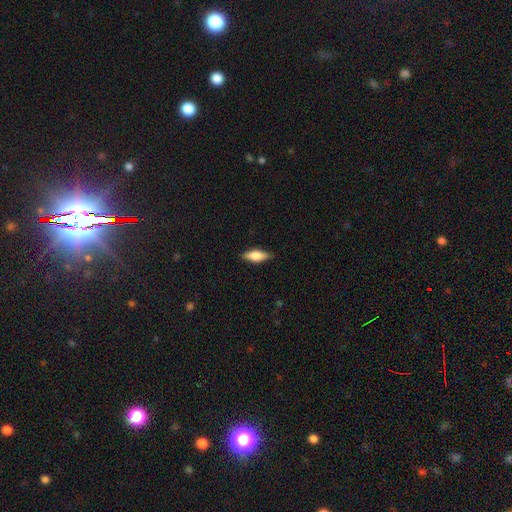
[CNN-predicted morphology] type=smooth (67%); roundness=in between (69%); merging=none (85%).